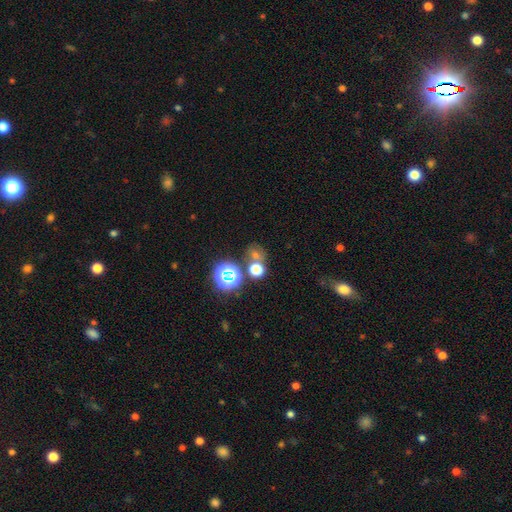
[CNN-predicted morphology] Smooth or featured: star or artifact — 47% (smooth — 41%)